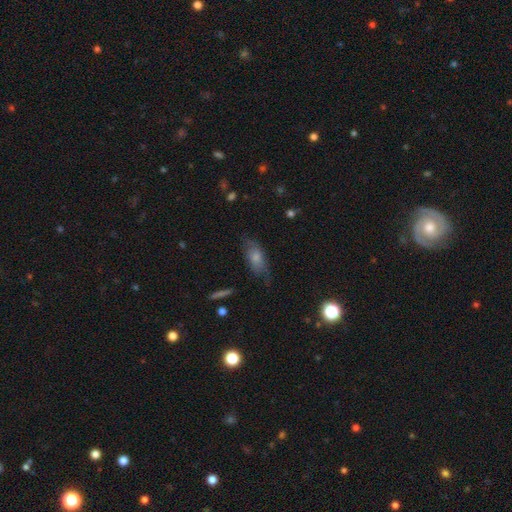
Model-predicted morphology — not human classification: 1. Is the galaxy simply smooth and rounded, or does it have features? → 51% smooth, 35% featured or disk, 15% star or artifact.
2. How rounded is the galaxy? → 76% in between, 17% cigar-shaped, 7% round.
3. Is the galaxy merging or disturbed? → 66% none, 23% minor disturbance, 8% major disturbance, 2% merger.